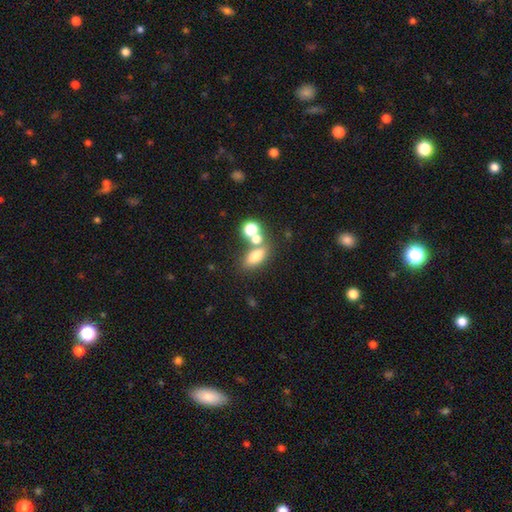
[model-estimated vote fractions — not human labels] Overall: smooth (69%). How rounded: in between (68%). Merging: none (53%; merger 32%).